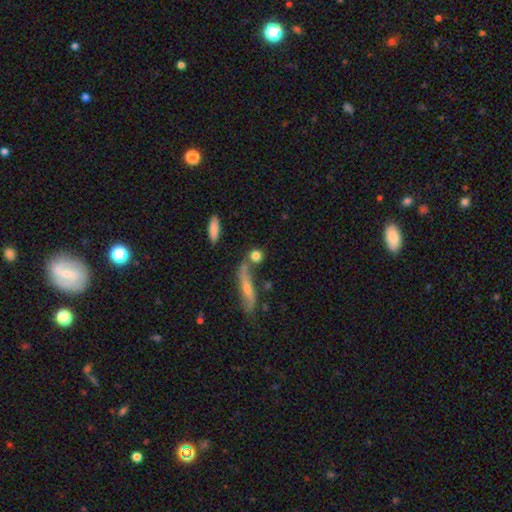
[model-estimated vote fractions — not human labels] smooth 78%, featured or disk 13%, star or artifact 9%. Down the decision tree: how rounded — round (70%); merging — none (58%).